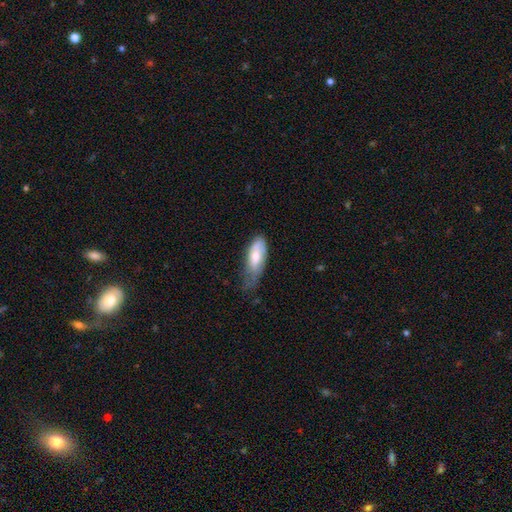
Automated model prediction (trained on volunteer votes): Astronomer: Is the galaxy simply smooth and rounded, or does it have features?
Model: smooth — 71%.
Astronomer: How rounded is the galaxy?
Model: in between — 77%.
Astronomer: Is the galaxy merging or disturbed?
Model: minor disturbance — 45% (runner-up: none, 31%).